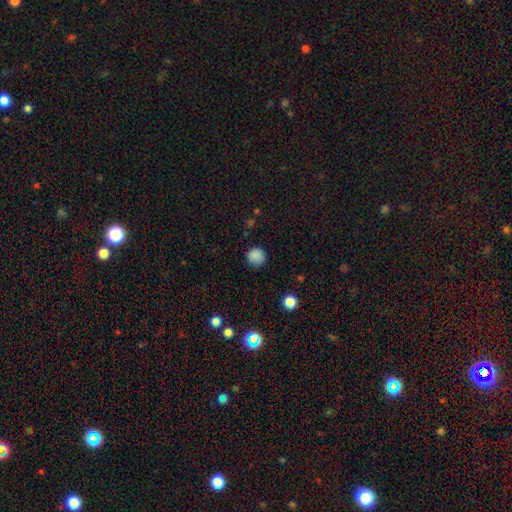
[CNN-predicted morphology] Overall: smooth (85%). How rounded: round (91%). Merging: none (84%).